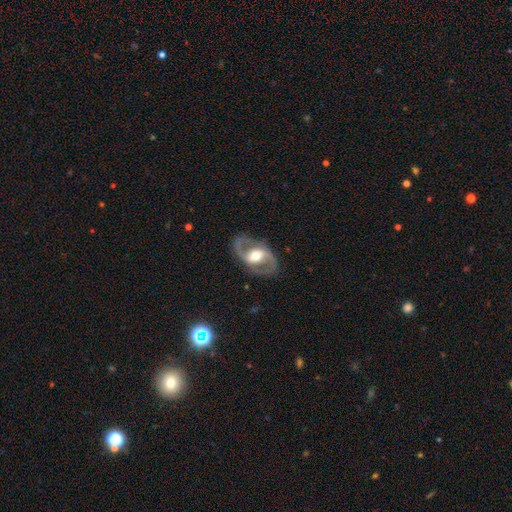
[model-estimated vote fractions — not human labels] Q: Smooth or featured?
A: featured or disk (86%); runner-up: smooth (9%)
Q: Edge-on disk?
A: no (96%); runner-up: yes (4%)
Q: Bar?
A: weak (40%); runner-up: strong (32%)
Q: Spiral arms?
A: yes (90%); runner-up: no (10%)
Q: Spiral winding?
A: medium (54%); runner-up: loose (32%)
Q: Spiral arm count?
A: 2 (92%); runner-up: can't tell (3%)
Q: Bulge size?
A: moderate (68%); runner-up: small (15%)
Q: Merging?
A: none (82%); runner-up: minor disturbance (11%)